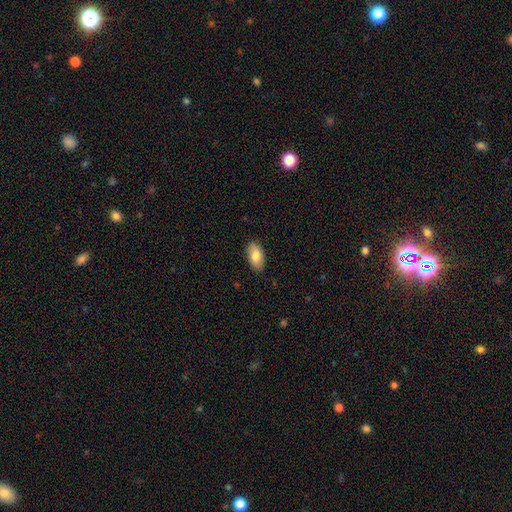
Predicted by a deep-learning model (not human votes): Overall: smooth (78%). How rounded: in between (94%). Merging: none (86%).